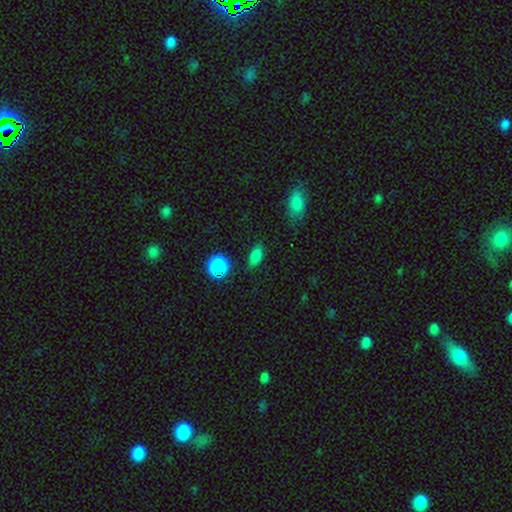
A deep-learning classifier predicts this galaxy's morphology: Overall: smooth (80%). How rounded: in between (84%). Merging: none (82%).